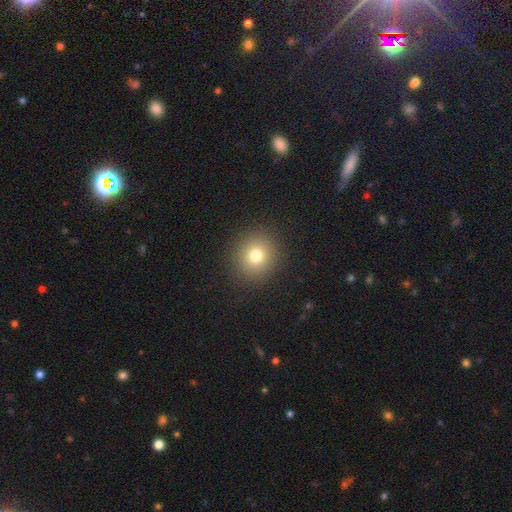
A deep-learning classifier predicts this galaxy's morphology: smooth 77%, star or artifact 13%, featured or disk 9%. Down the decision tree: how rounded — round (86%); merging — none (90%).